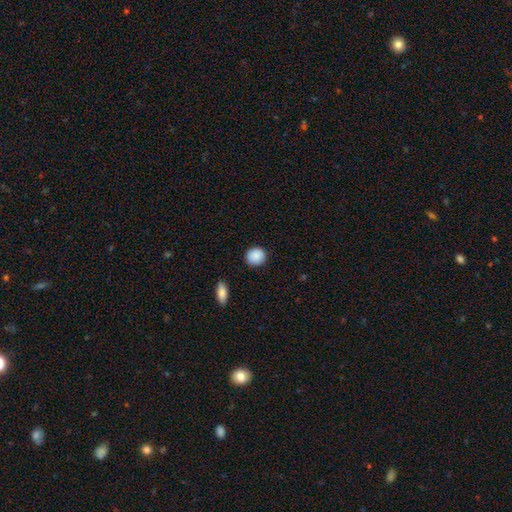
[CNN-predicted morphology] Smooth or featured? smooth (90%)
How rounded? round (87%)
Merging? none (89%)